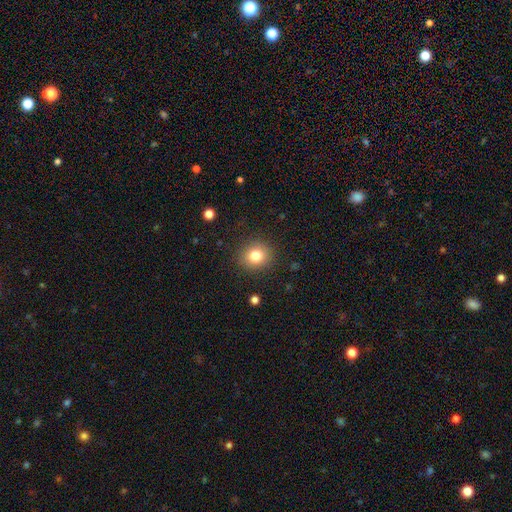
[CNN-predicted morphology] Q: Smooth or featured?
A: smooth (81%); runner-up: star or artifact (11%)
Q: How rounded?
A: round (81%); runner-up: in between (18%)
Q: Merging?
A: none (88%); runner-up: minor disturbance (8%)